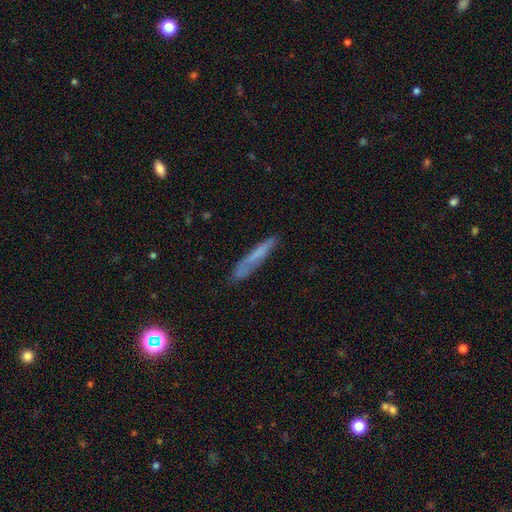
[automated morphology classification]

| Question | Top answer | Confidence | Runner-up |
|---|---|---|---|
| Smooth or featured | smooth | 56% | featured or disk (33%) |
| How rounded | cigar-shaped | 92% | in between (6%) |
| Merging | none | 73% | minor disturbance (19%) |